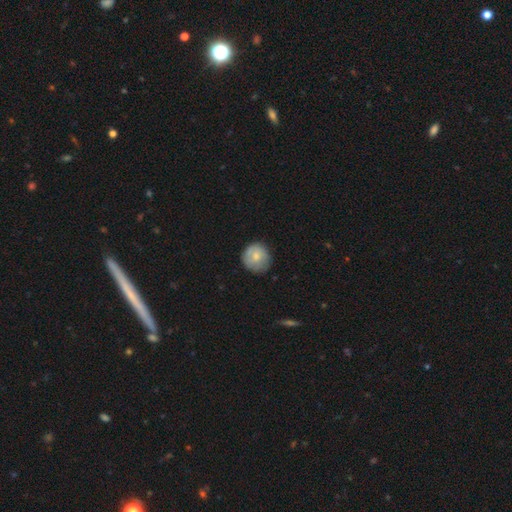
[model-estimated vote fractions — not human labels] Smooth or featured? smooth (74%)
How rounded? round (91%)
Merging? none (76%)